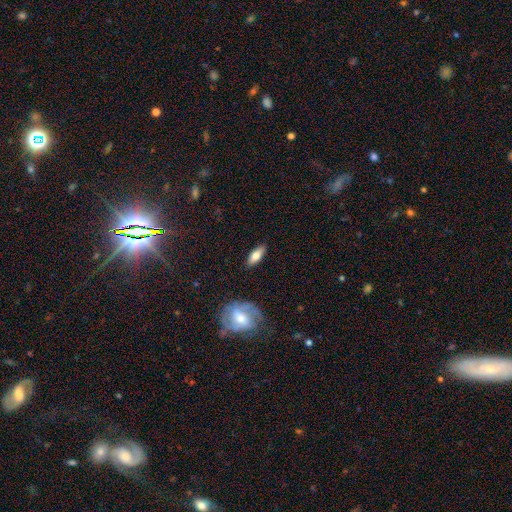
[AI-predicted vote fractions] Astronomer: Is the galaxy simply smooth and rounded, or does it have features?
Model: smooth — 68%.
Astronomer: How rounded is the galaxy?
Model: in between — 68%.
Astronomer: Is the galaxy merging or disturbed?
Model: none — 86%.